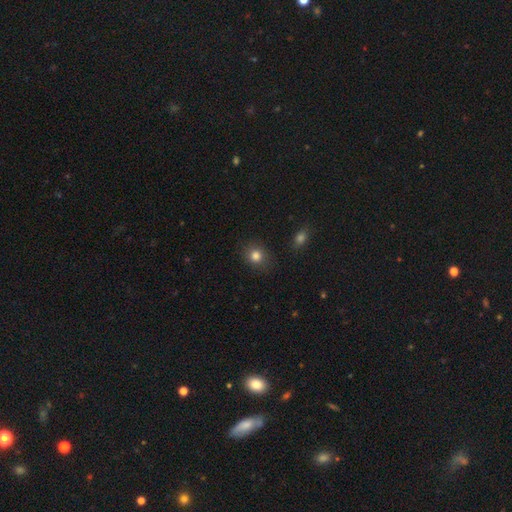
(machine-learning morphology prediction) Smooth or featured? smooth (83%)
How rounded? round (77%)
Merging? none (86%)